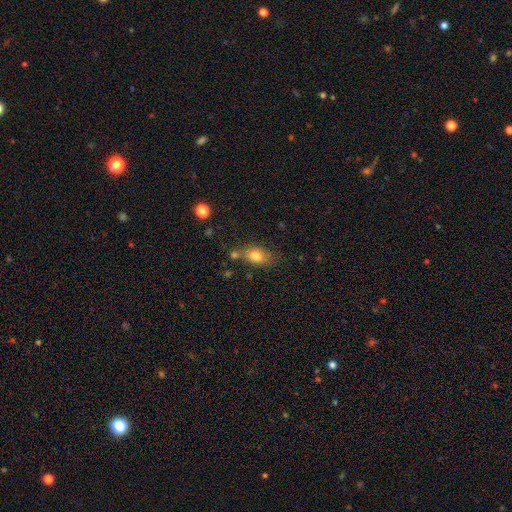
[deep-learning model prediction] Smooth or featured: smooth — 78% (featured or disk — 12%)
How rounded: in between — 77% (round — 19%)
Merging: none — 60% (minor disturbance — 19%)